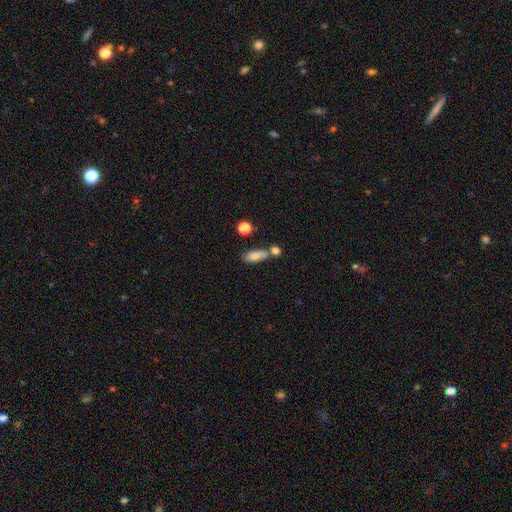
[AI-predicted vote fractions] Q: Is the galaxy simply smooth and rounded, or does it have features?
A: smooth — 78%.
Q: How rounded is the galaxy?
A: in between — 73%.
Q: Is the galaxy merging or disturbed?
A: none — 52%.